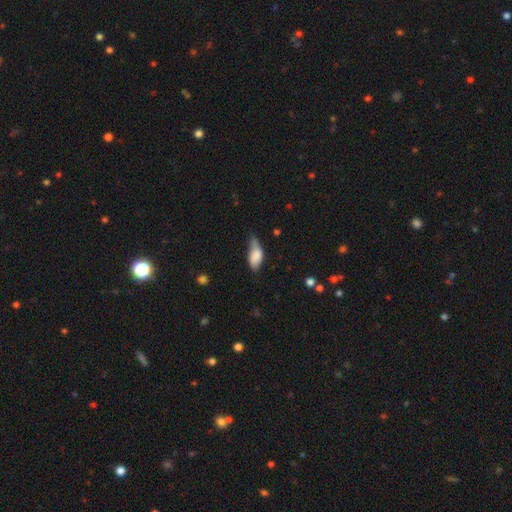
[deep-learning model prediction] A smooth galaxy with no disk features (77%) that is in between round and cigar-shaped (85%). Merging: minor disturbance (49%).